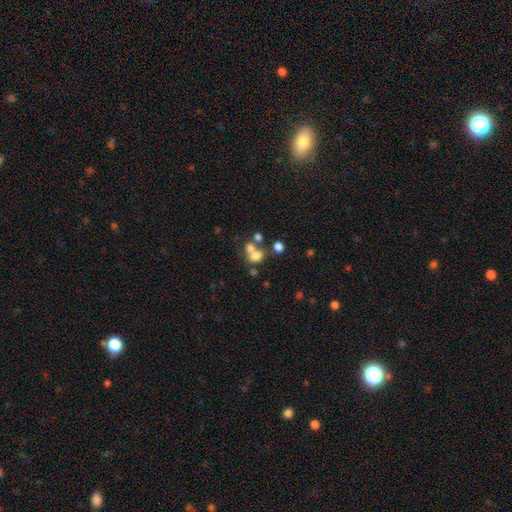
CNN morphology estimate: Smooth or featured: smooth — 66% (featured or disk — 18%)
How rounded: round — 59% (in between — 40%)
Merging: merger — 51% (none — 34%)